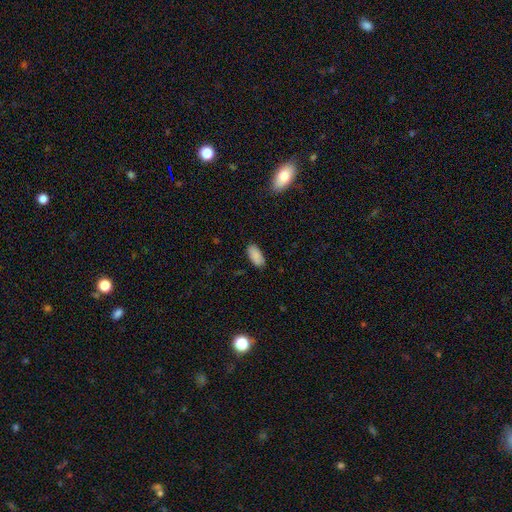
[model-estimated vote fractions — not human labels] This appears to be a smooth galaxy with no disk features (89%) that is in between round and cigar-shaped (93%). Merging: none (86%).